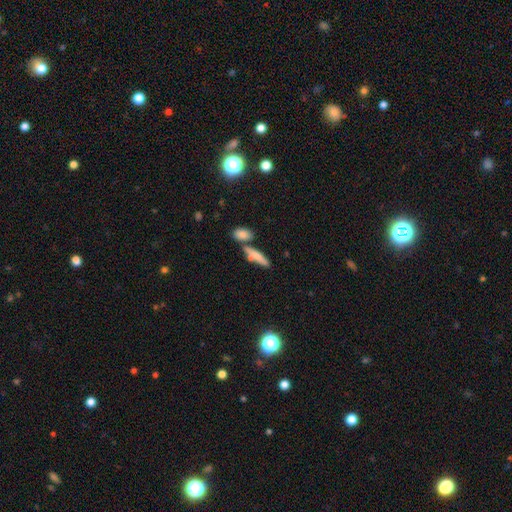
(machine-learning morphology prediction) type=smooth (70%); roundness=cigar-shaped (68%); merging=none (55%).